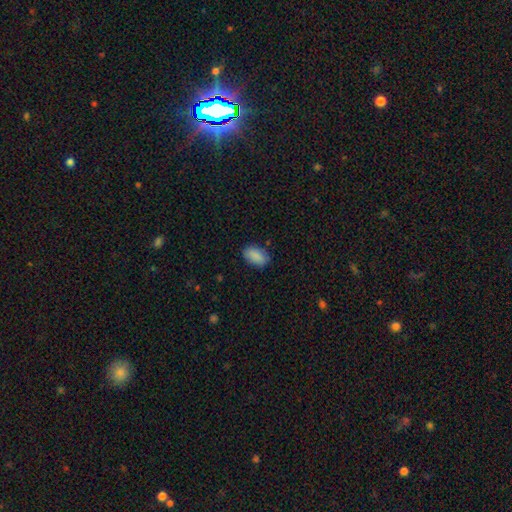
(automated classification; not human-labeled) Smooth or featured? Predicted: smooth (p=0.89). How rounded? Predicted: in between (p=0.92). Merging? Predicted: none (p=0.81).